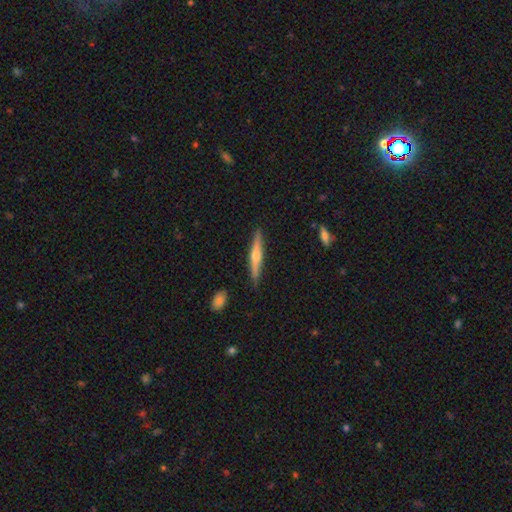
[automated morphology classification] Smooth or featured: featured or disk — 61% (smooth — 33%)
Edge-on disk: yes — 97% (no — 3%)
Edge-on bulge: rounded — 86% (none — 9%)
Merging: none — 89% (minor disturbance — 8%)